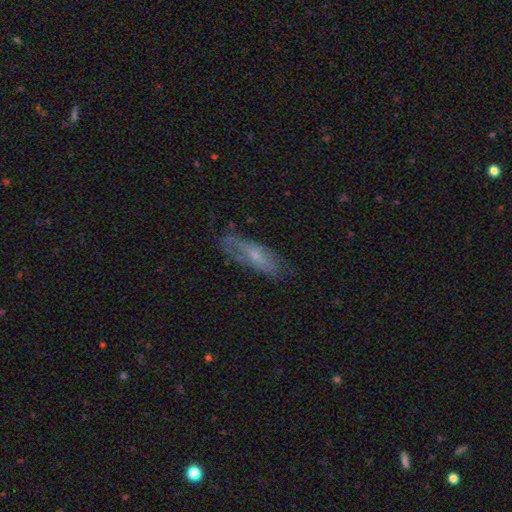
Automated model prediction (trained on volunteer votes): Smooth or featured? smooth (48%)
Merging? none (64%)